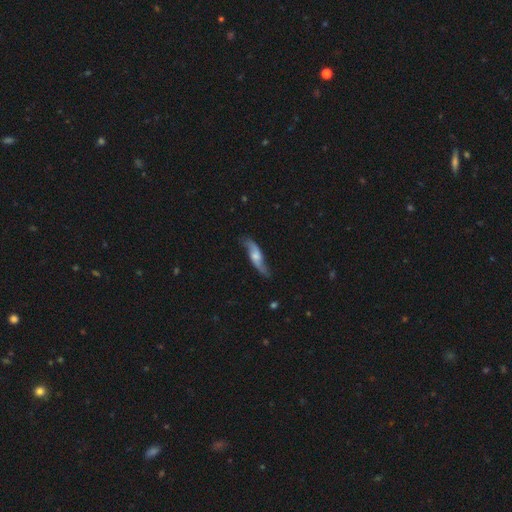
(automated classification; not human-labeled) smooth-or-featured: featured or disk: 65% | smooth: 29% | star or artifact: 6%
  disk-edge-on: no: 72% | yes: 28%
  merging: none: 73% | minor disturbance: 20% | major disturbance: 6% | merger: 2%